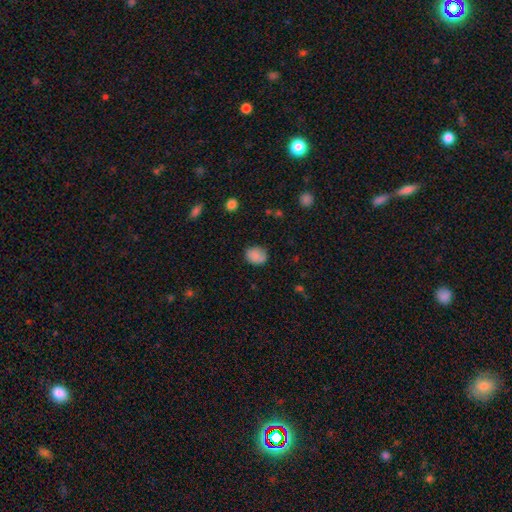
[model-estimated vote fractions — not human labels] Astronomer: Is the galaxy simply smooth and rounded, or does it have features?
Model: smooth — 86%.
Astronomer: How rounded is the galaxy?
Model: round — 65%.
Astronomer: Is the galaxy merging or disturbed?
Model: none — 81%.